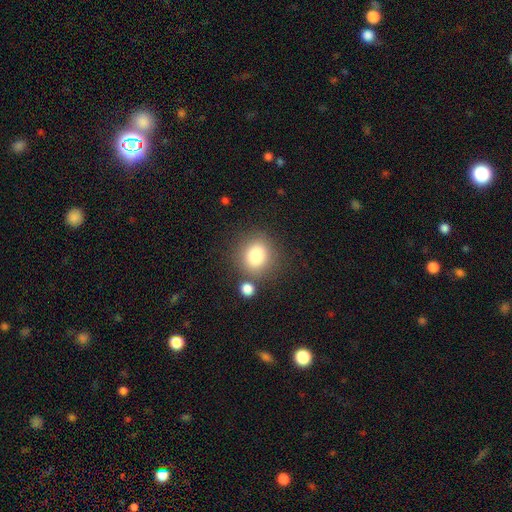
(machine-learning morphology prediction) Q: Smooth or featured?
A: smooth (82%); runner-up: star or artifact (10%)
Q: How rounded?
A: round (78%); runner-up: in between (21%)
Q: Merging?
A: none (75%); runner-up: minor disturbance (10%)